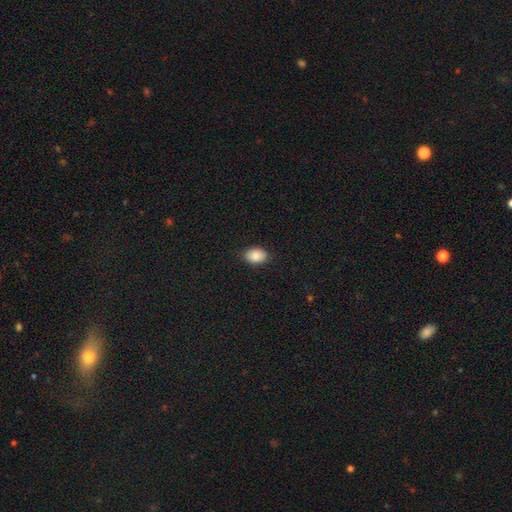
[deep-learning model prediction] Smooth or featured? smooth (87%)
How rounded? in between (80%)
Merging? none (86%)